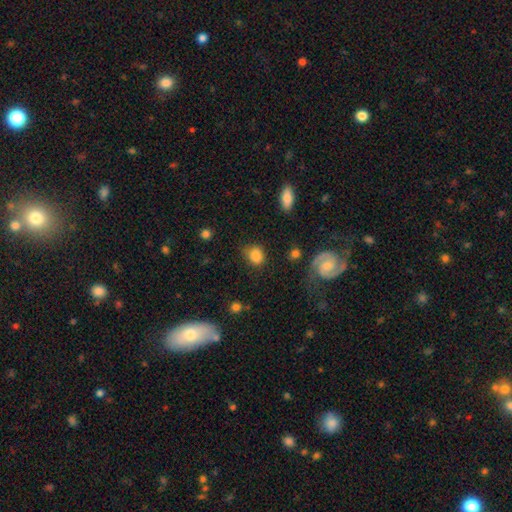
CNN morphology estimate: type=smooth (83%); roundness=round (58%); merging=none (68%).